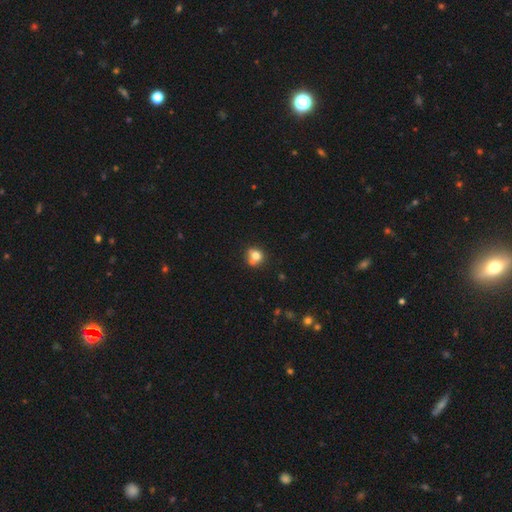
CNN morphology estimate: The model was most divided on "merging": none: 52%, merger: 30%, minor disturbance: 14%, major disturbance: 4%. More confident: how rounded — round (76%); smooth or featured — smooth (73%).